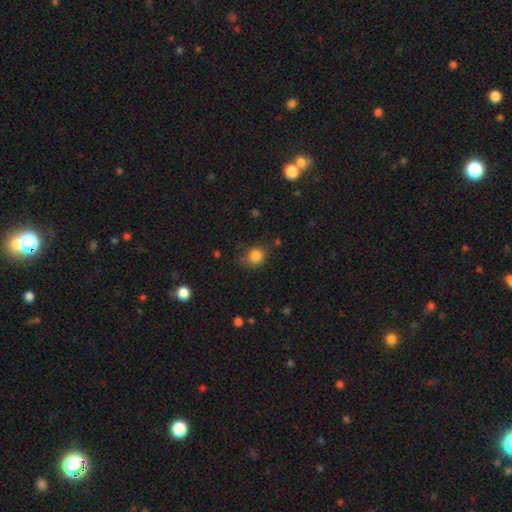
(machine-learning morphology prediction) Q: Smooth or featured?
A: smooth (84%); runner-up: star or artifact (11%)
Q: How rounded?
A: round (79%); runner-up: in between (20%)
Q: Merging?
A: none (68%); runner-up: minor disturbance (23%)